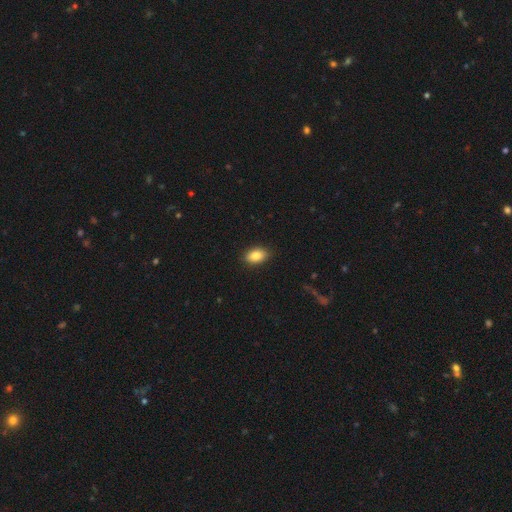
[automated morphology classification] Smooth or featured? Predicted: smooth (p=0.86). How rounded? Predicted: in between (p=0.88). Merging? Predicted: none (p=0.87).